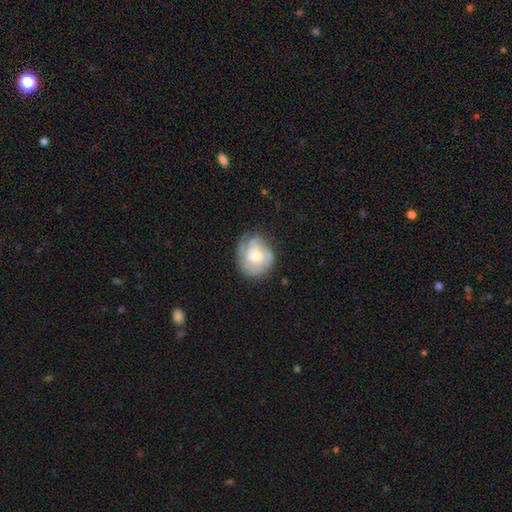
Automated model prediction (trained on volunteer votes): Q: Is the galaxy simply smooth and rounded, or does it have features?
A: featured or disk — 60%.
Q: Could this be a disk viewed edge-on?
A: no — 97%.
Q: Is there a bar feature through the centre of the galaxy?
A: no — 80%.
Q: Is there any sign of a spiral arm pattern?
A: yes — 72%.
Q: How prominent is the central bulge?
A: moderate — 63%.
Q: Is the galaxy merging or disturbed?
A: none — 58%.